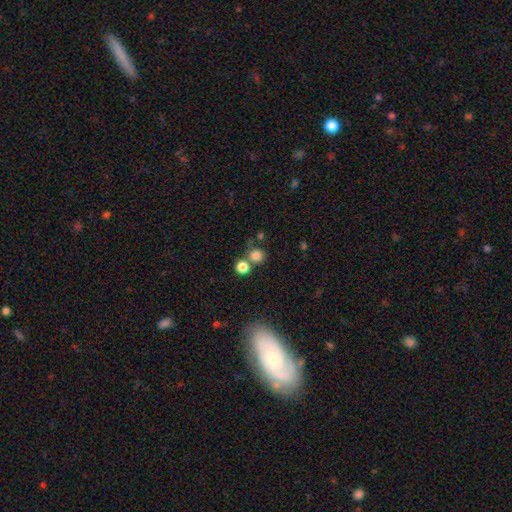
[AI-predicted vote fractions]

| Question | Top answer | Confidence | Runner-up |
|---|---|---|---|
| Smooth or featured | smooth | 80% | star or artifact (13%) |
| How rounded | round | 89% | in between (10%) |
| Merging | none | 61% | merger (27%) |